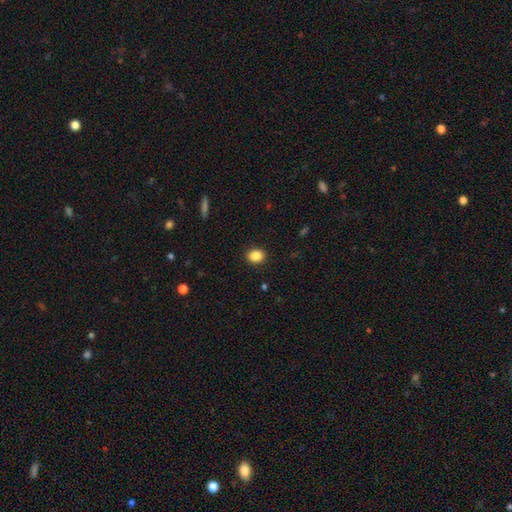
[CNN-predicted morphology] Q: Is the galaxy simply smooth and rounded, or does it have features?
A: smooth — 87%.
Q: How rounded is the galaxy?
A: round — 55%.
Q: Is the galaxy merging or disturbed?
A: none — 91%.